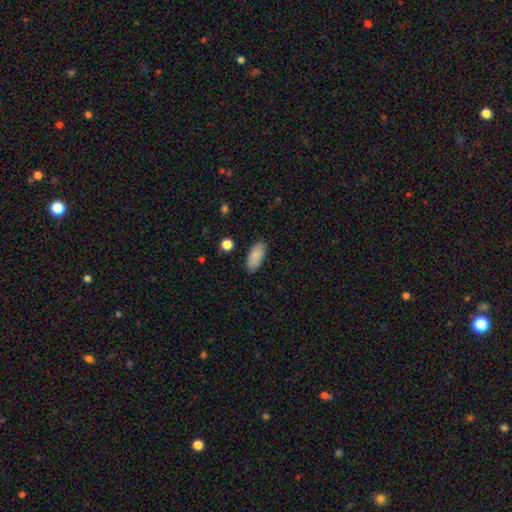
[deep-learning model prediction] smooth_or_featured: smooth (p=0.85) [alt: featured or disk p=0.08]
how_rounded: in between (p=0.89) [alt: cigar-shaped p=0.08]
merging: none (p=0.86) [alt: minor disturbance p=0.10]